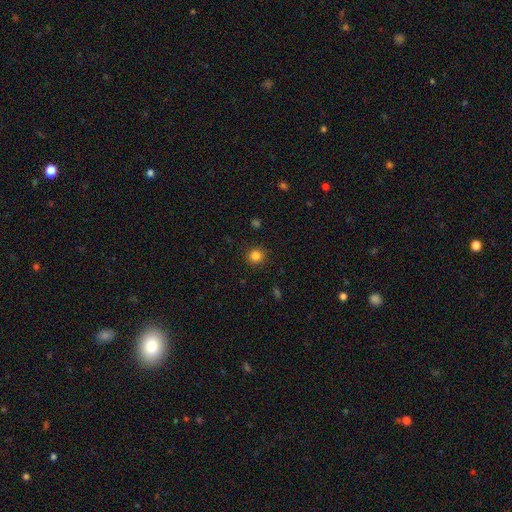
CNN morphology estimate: Overall: smooth (83%). How rounded: round (91%). Merging: none (91%).